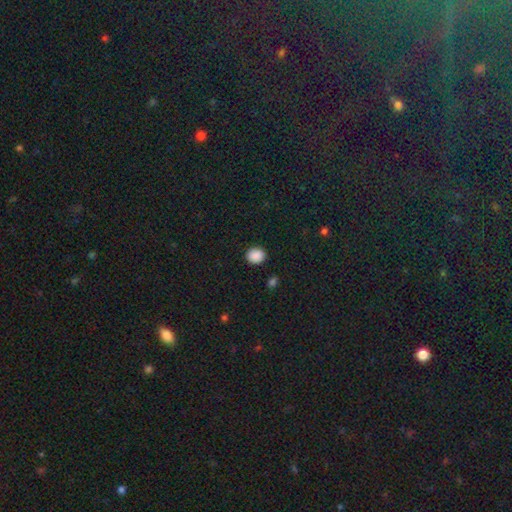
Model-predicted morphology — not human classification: A smooth galaxy with no disk features (88%) that is round (73%). Merging: none (90%).